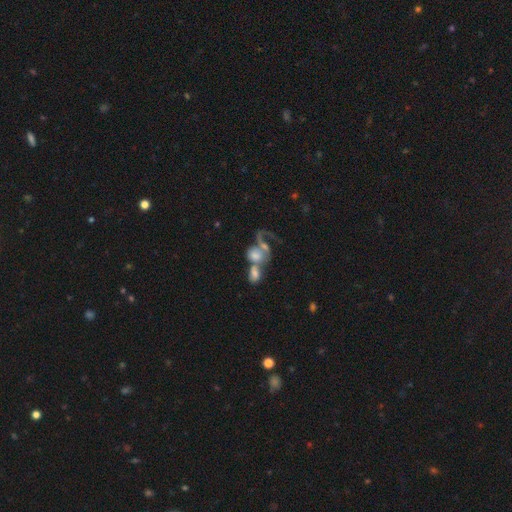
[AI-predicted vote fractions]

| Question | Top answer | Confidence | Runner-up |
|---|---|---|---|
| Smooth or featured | featured or disk | 50% | smooth (37%) |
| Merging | merger | 63% | major disturbance (16%) |